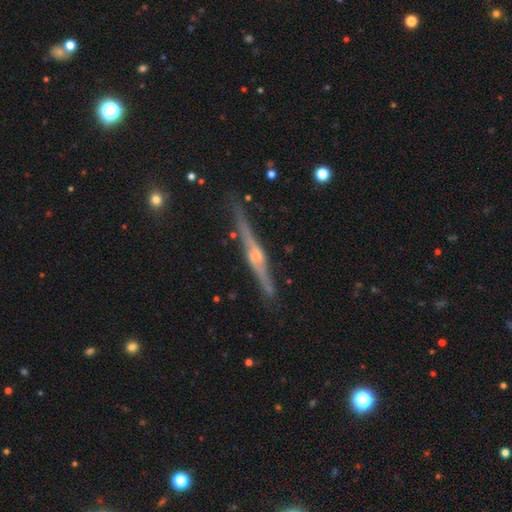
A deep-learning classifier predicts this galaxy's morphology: Smooth or featured?
  - featured or disk: 81% *
  - smooth: 13%
  - star or artifact: 6%
Edge-on disk?
  - yes: 97% *
  - no: 3%
Edge-on bulge?
  - rounded: 70% *
  - boxy: 17%
  - none: 13%
Merging?
  - none: 84% *
  - minor disturbance: 12%
  - major disturbance: 3%
  - merger: 2%